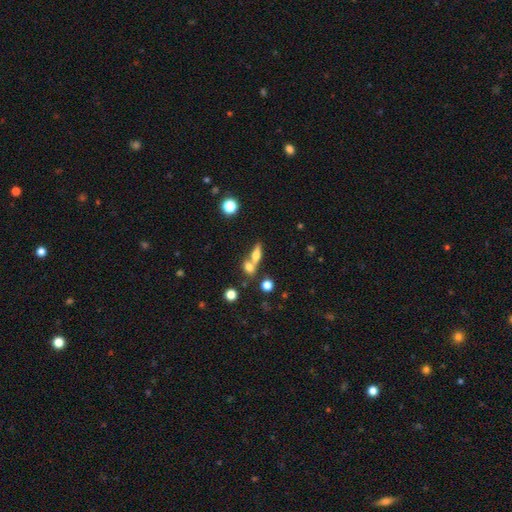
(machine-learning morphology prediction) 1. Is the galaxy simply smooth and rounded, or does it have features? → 61% smooth, 29% featured or disk, 11% star or artifact.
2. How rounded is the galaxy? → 52% in between, 35% cigar-shaped, 12% round.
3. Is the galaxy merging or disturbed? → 50% merger, 38% none, 8% minor disturbance, 4% major disturbance.